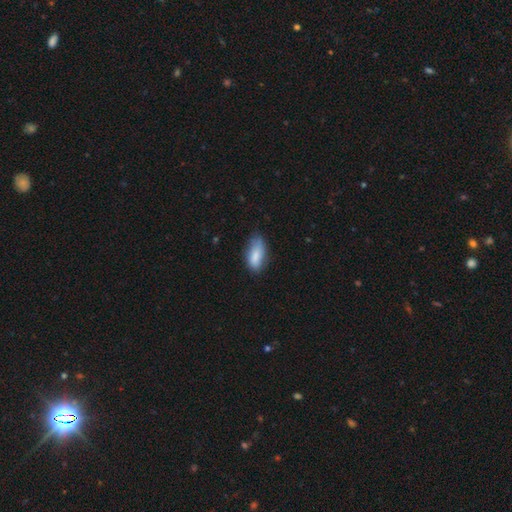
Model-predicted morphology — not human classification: Smooth or featured? Predicted: smooth (p=0.82). How rounded? Predicted: in between (p=0.88). Merging? Predicted: none (p=0.59).